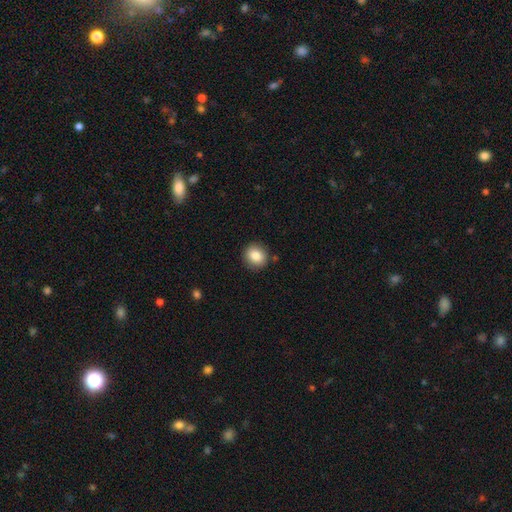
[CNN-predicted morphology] smooth-or-featured: smooth: 85% | star or artifact: 9% | featured or disk: 6%
  how-rounded: round: 85% | in between: 14% | cigar-shaped: 1%
  merging: none: 89% | minor disturbance: 8% | major disturbance: 2% | merger: 2%